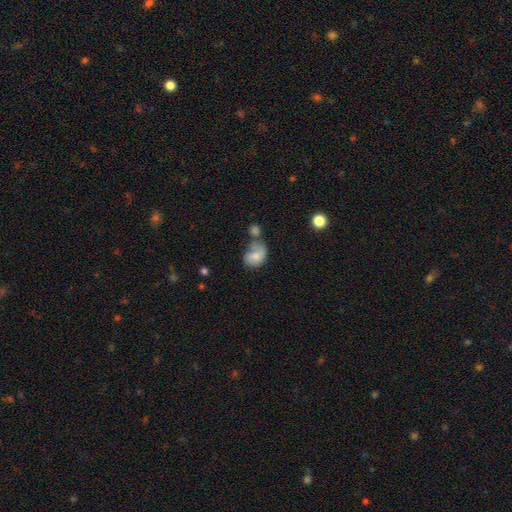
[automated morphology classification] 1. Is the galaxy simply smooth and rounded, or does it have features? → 71% smooth, 21% featured or disk, 9% star or artifact.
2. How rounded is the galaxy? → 61% in between, 38% round, 1% cigar-shaped.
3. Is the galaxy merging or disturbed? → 32% merger, 30% none, 23% minor disturbance, 15% major disturbance.